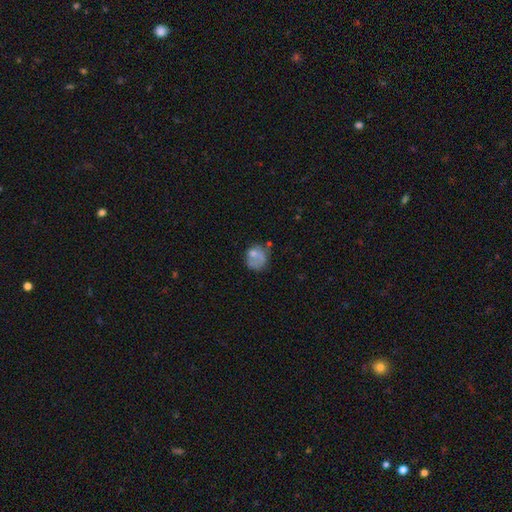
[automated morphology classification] This appears to be a smooth galaxy with no disk features (64%) that is round (68%). Merging: none (43%).